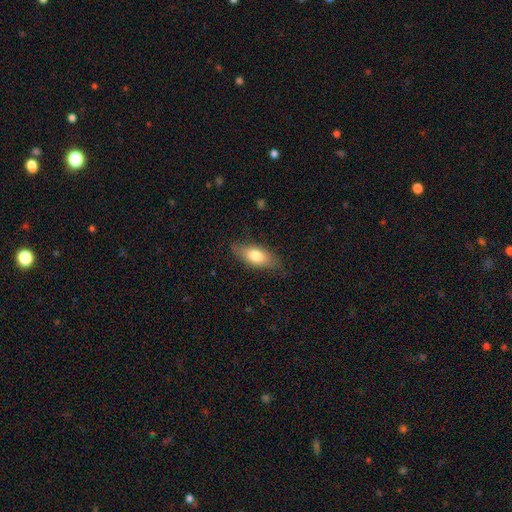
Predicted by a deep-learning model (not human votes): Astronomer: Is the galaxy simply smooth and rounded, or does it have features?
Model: smooth — 75%.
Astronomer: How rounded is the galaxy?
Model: in between — 83%.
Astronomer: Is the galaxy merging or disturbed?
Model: none — 76%.